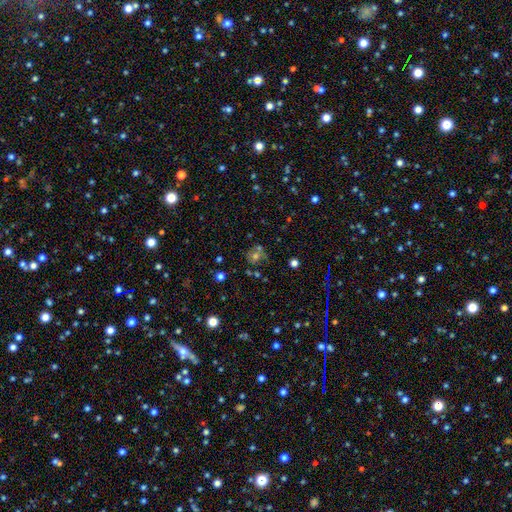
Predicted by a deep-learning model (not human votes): This appears to be a smooth galaxy with no disk features (44%). Merging: none (63%).